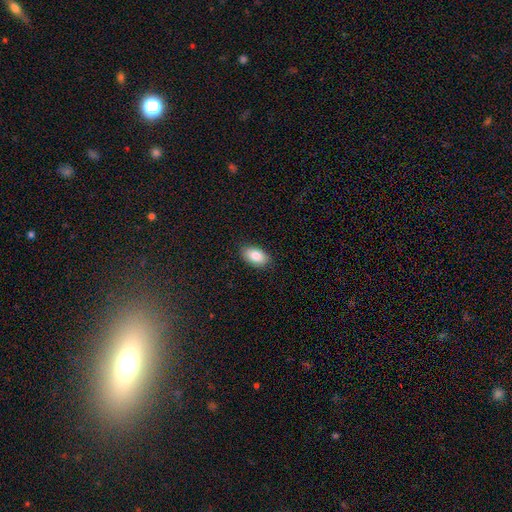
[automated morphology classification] A smooth galaxy with no disk features (86%) that is in between round and cigar-shaped (93%).

Vote fractions:
- Smooth or featured? smooth: 86% / featured or disk: 8% / star or artifact: 7%
- How rounded? in between: 93% / round: 5% / cigar-shaped: 2%
- Merging? none: 87% / minor disturbance: 10% / major disturbance: 2% / merger: 1%